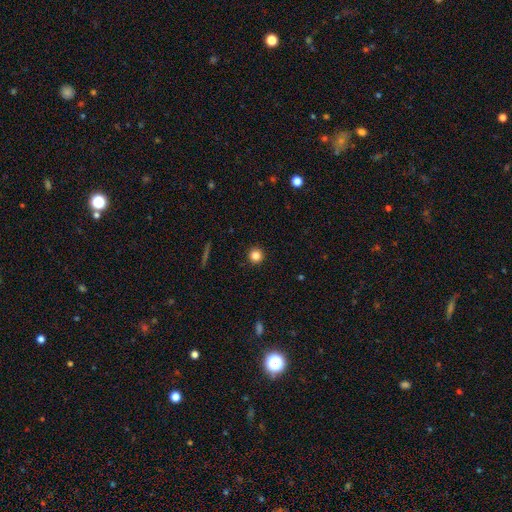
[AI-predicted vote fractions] Smooth or featured? smooth (83%)
How rounded? round (96%)
Merging? none (93%)